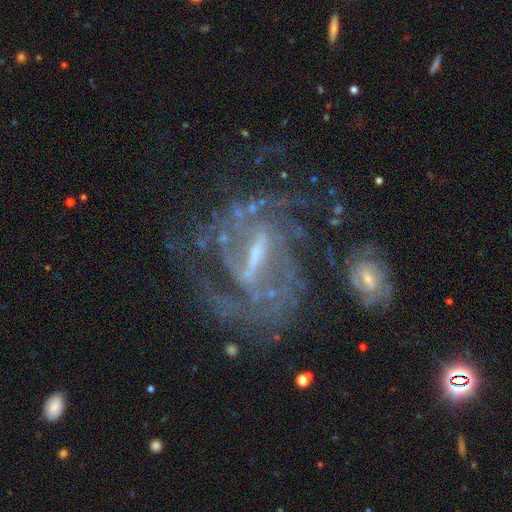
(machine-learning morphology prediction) featured or disk 88%, star or artifact 8%, smooth 5%. Down the decision tree: edge-on disk — no (95%); bar — strong (60%); spiral arms — yes (93%); spiral arm count — 2 (37%); spiral winding — medium (45%); bulge size — small (43%); merging — none (55%).